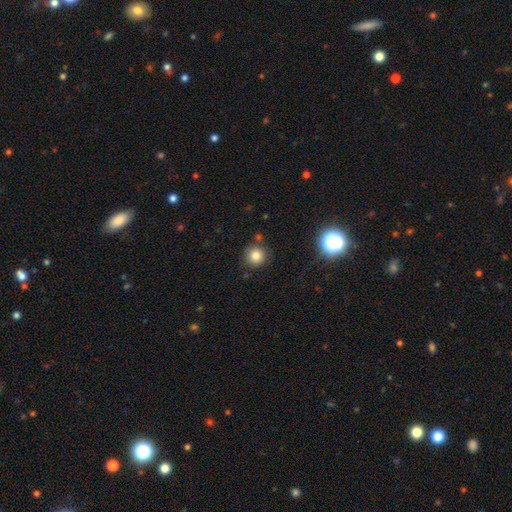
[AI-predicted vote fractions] Smooth or featured? smooth (81%)
How rounded? round (93%)
Merging? none (82%)